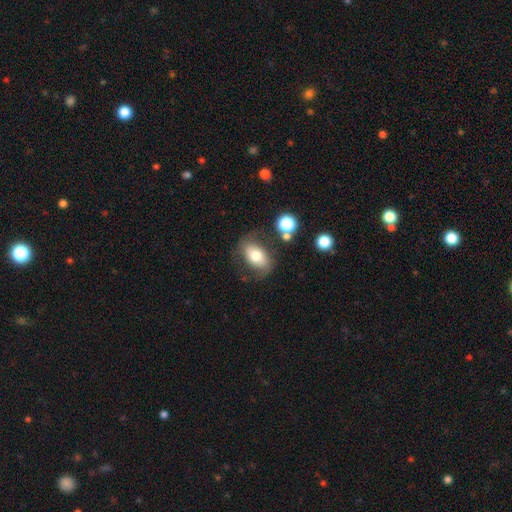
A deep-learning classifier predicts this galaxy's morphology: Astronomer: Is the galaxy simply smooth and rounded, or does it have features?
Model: smooth — 64%.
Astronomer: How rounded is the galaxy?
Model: in between — 86%.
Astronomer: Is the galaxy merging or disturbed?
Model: none — 66%.